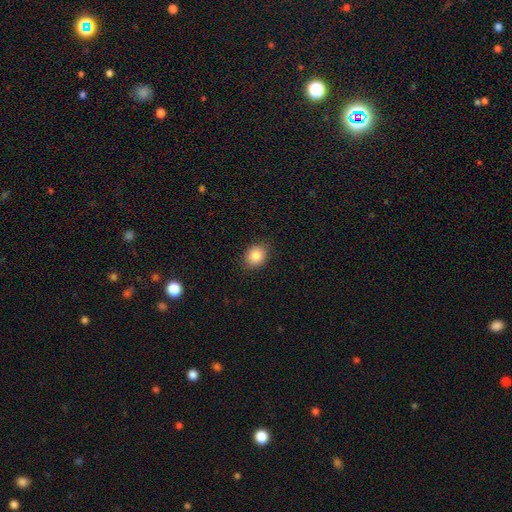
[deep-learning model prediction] This is clearly a smooth galaxy (85%). How rounded: possibly round (52%). Merging: clearly none (86%).